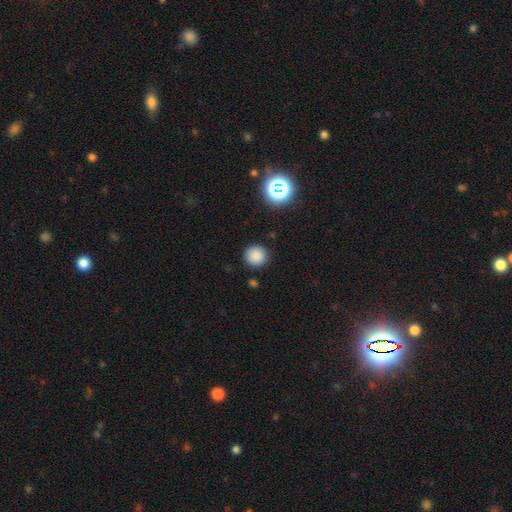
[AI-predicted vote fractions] Morphology: type=smooth (84%); roundness=round (92%); merging=none (89%).